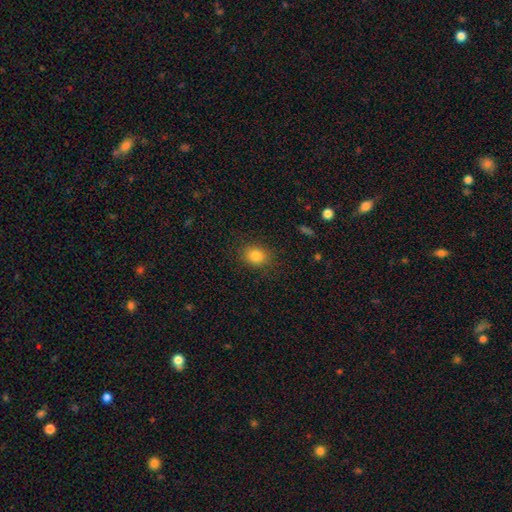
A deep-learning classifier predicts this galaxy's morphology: smooth 83%, star or artifact 11%, featured or disk 6%. Down the decision tree: how rounded — in between (55%); merging — none (87%).